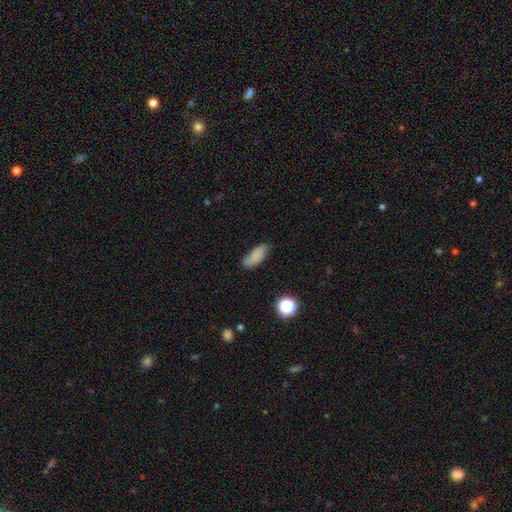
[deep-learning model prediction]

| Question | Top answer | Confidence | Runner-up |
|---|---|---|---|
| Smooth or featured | smooth | 76% | featured or disk (14%) |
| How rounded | in between | 79% | cigar-shaped (17%) |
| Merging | none | 68% | minor disturbance (25%) |